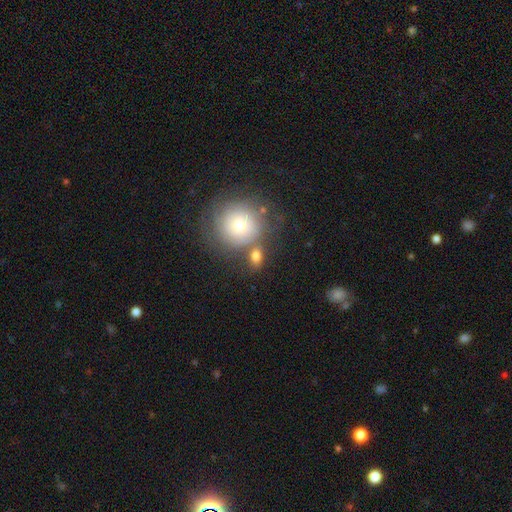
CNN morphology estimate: A smooth galaxy with no disk features (70%) that is round (50%). Merging: none (55%).